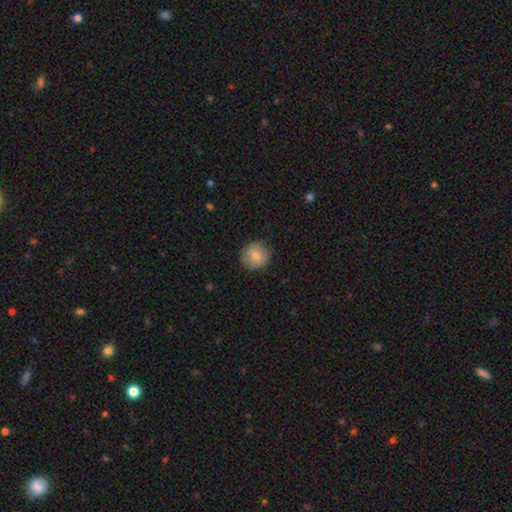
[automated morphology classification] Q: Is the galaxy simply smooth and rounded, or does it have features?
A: smooth — 80%.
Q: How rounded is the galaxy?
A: round — 92%.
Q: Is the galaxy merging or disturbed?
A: none — 87%.